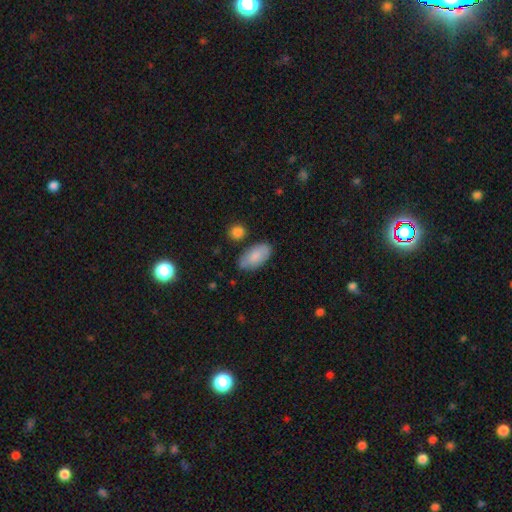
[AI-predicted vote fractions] Smooth or featured? smooth (81%)
How rounded? in between (94%)
Merging? none (73%)